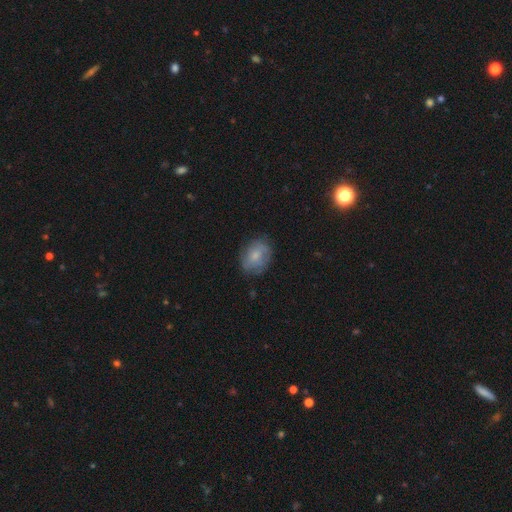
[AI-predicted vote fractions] This is likely a smooth galaxy (66%). How rounded: likely in between (61%). Merging: likely none (74%).